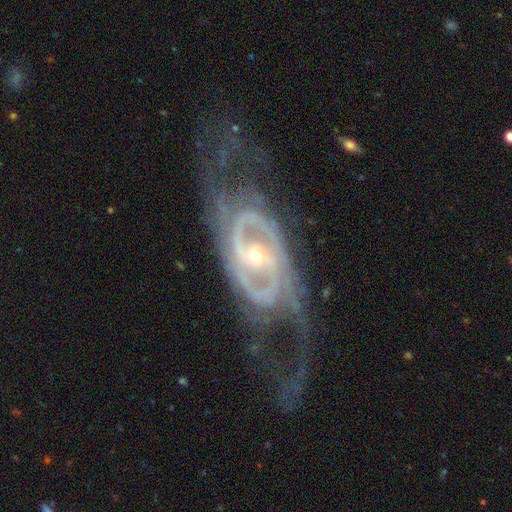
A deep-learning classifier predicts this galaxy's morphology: type=featured or disk (91%); edge-on=no (94%); bar=no (35%); spiral arms=yes (96%); winding=medium (43%); arm count=2 (74%); bulge=small (61%); merging=none (61%).